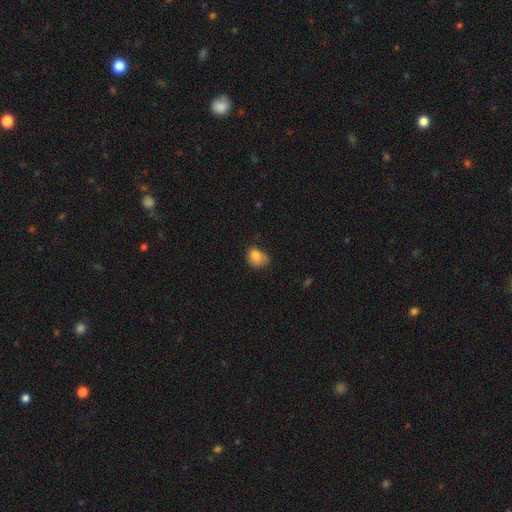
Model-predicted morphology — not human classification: Smooth or featured: smooth — 77% (featured or disk — 13%)
How rounded: in between — 57% (round — 43%)
Merging: none — 41% (minor disturbance — 38%)